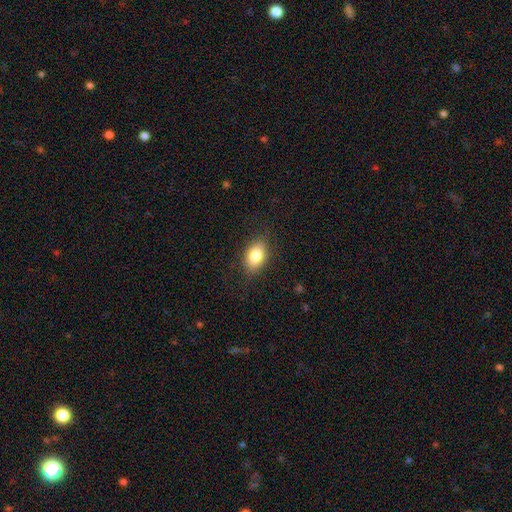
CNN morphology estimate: smooth_or_featured: smooth (p=0.82) [alt: featured or disk p=0.10]
how_rounded: in between (p=0.85) [alt: round p=0.13]
merging: none (p=0.84) [alt: minor disturbance p=0.12]